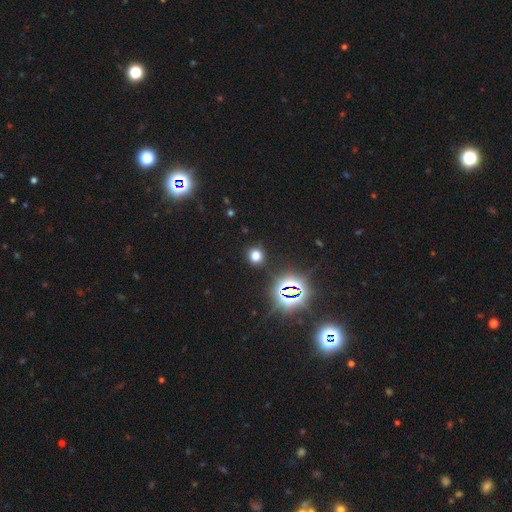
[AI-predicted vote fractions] Overall: smooth (64%; star or artifact 29%). How rounded: round (85%). Merging: none (88%).